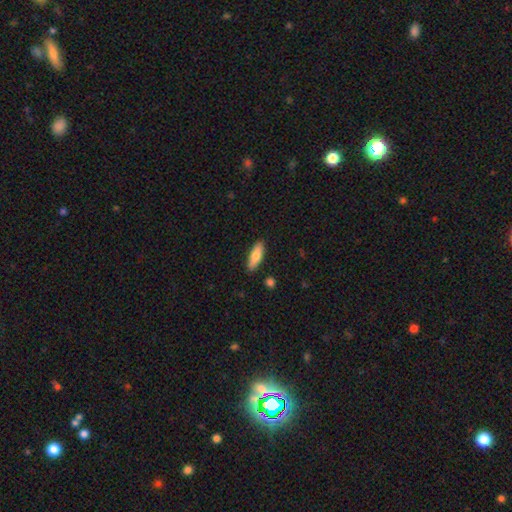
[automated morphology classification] Smooth or featured? smooth (75%)
How rounded? cigar-shaped (49%)
Merging? none (88%)